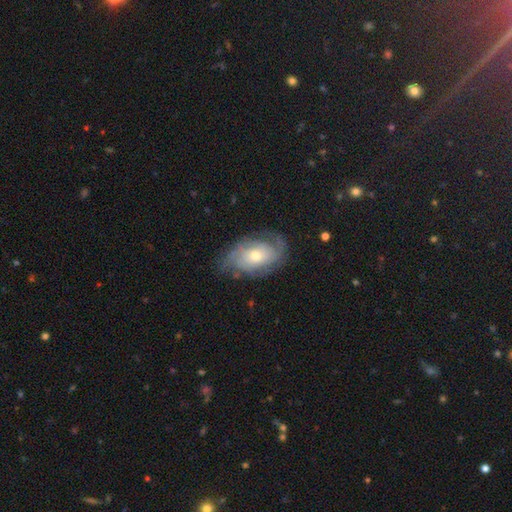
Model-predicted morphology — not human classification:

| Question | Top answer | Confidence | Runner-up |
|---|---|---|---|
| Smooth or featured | featured or disk | 72% | smooth (21%) |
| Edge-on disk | no | 95% | yes (5%) |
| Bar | no | 74% | weak (21%) |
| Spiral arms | yes | 87% | no (13%) |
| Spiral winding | tight | 48% | medium (34%) |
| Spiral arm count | can't tell | 37% | 2 (35%) |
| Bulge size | moderate | 55% | small (38%) |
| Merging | none | 66% | minor disturbance (22%) |